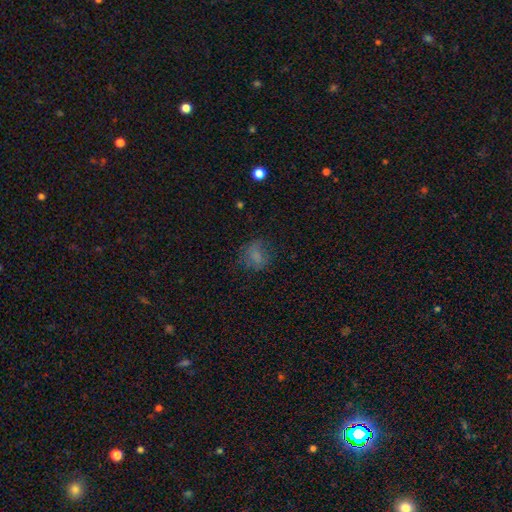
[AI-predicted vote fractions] A smooth galaxy with no disk features (67%) that is round (59%). Merging: none (62%).